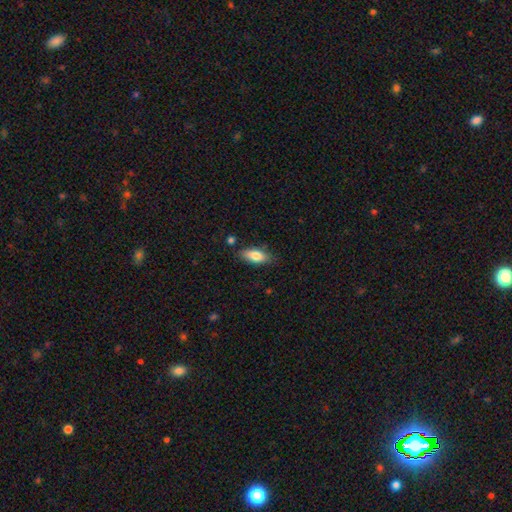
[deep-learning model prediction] This is clearly a smooth galaxy (80%). How rounded: clearly in between (81%). Merging: likely none (80%).